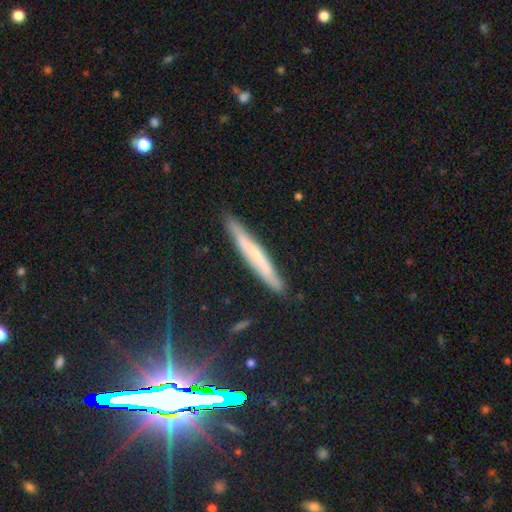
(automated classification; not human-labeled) A smooth galaxy with no disk features (46%). Merging: none (86%).